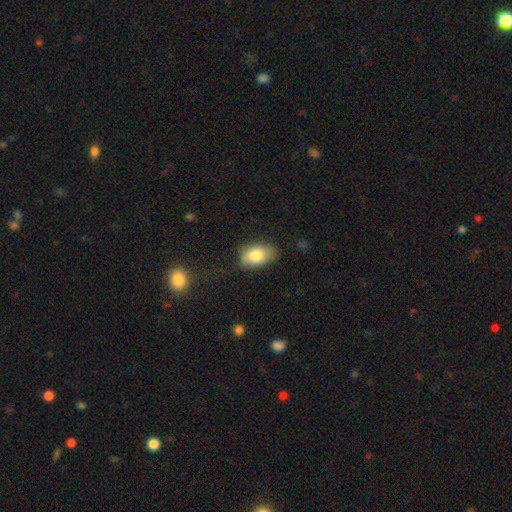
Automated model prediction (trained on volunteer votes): Morphology: type=smooth (82%); roundness=in between (90%); merging=none (74%).